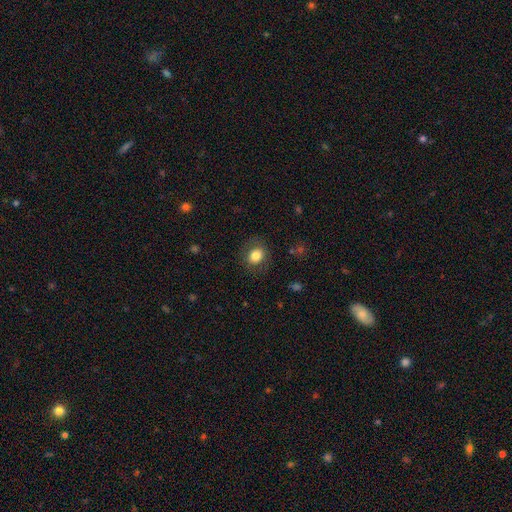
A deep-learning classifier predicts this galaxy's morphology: Smooth or featured: smooth — 80% (featured or disk — 11%)
How rounded: round — 57% (in between — 42%)
Merging: none — 82% (minor disturbance — 11%)